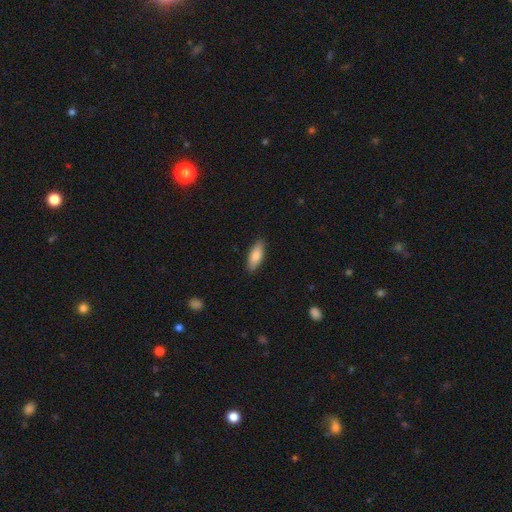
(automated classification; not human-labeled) Smooth or featured? smooth (81%)
How rounded? in between (68%)
Merging? none (88%)